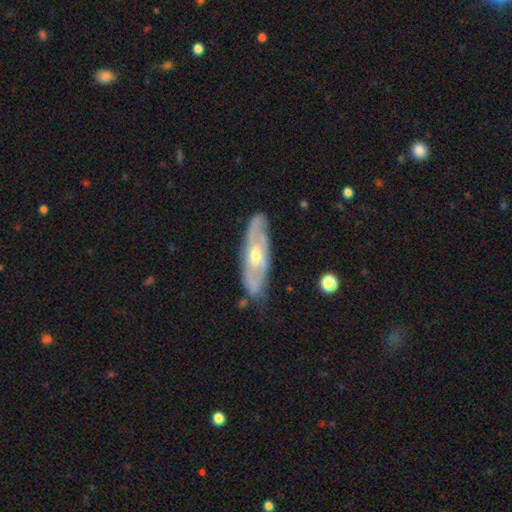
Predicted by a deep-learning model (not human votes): A featured or disk galaxy (79%) with no bar (54%), spiral arms (79%) and a moderate central bulge (63%). Merging: none (77%).